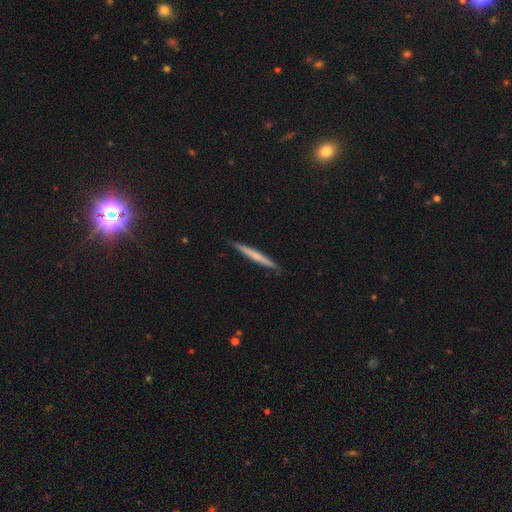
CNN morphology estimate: Smooth or featured?
  - smooth: 54% *
  - featured or disk: 41%
  - star or artifact: 5%
How rounded?
  - cigar-shaped: 97% *
  - in between: 2%
  - round: 1%
Merging?
  - none: 90% *
  - minor disturbance: 8%
  - major disturbance: 1%
  - merger: 1%